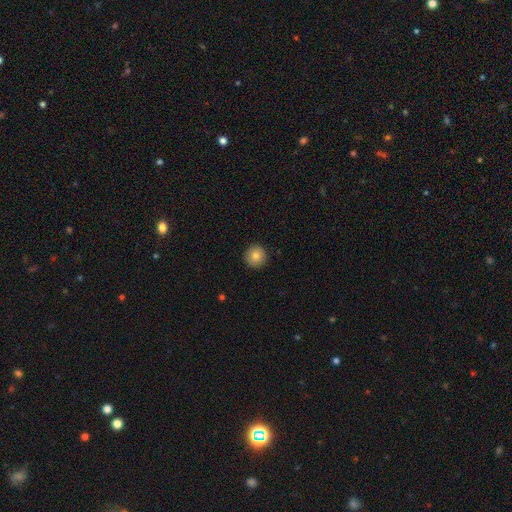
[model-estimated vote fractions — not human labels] A smooth galaxy with no disk features (82%) that is round (96%). Merging: none (93%).